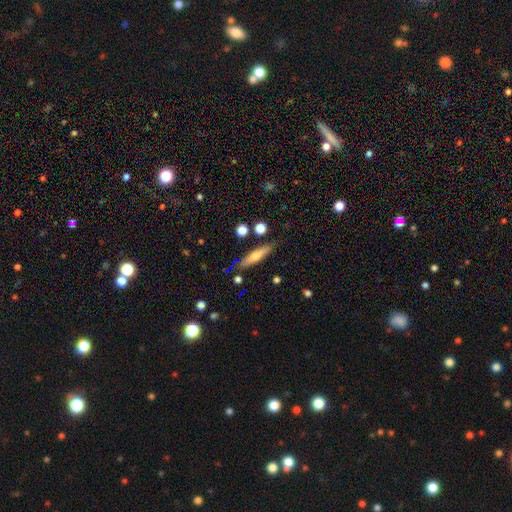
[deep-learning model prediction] The model was most divided on "smooth or featured": smooth: 55%, featured or disk: 38%, star or artifact: 8%. More confident: merging — none (83%); how rounded — cigar-shaped (74%).